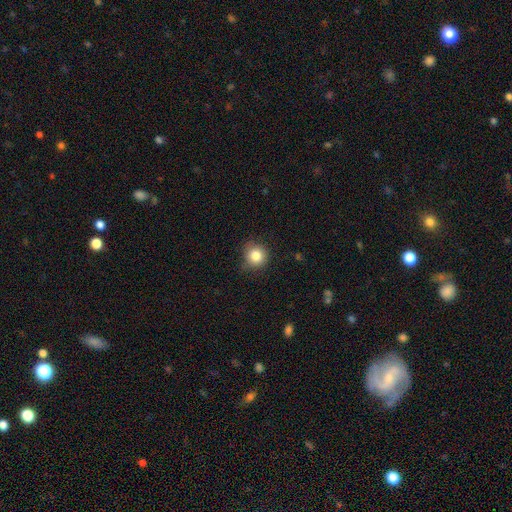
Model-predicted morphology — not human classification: Smooth or featured? Predicted: smooth (p=0.83). How rounded? Predicted: round (p=0.91). Merging? Predicted: none (p=0.80).